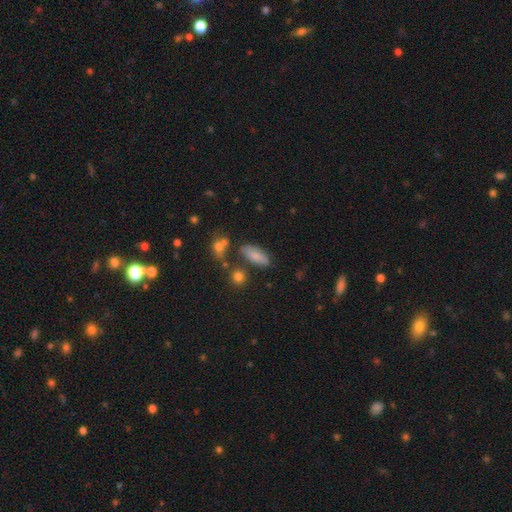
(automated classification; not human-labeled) The model was most divided on "merging": none: 69%, minor disturbance: 17%, merger: 8%, major disturbance: 5%. More confident: how rounded — in between (82%); smooth or featured — smooth (75%).